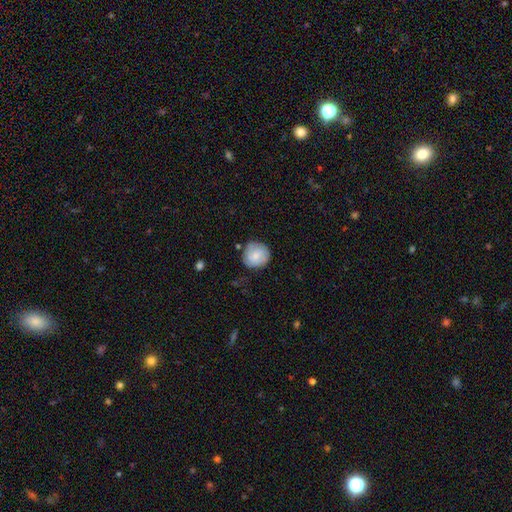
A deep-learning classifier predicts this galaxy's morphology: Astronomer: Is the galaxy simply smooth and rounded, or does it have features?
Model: smooth — 75%.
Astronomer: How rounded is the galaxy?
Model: round — 87%.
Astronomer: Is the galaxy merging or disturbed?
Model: none — 73%.